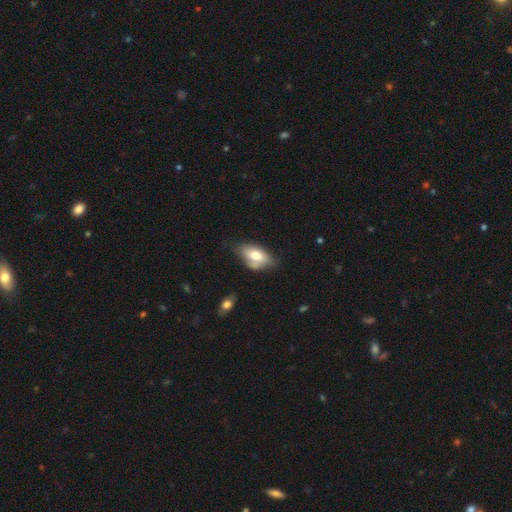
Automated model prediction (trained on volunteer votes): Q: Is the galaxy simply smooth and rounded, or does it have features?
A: smooth — 71%.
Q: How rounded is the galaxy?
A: in between — 92%.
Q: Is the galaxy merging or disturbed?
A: none — 50%.